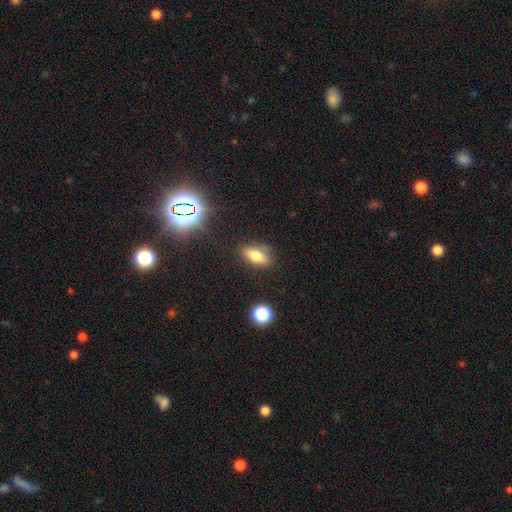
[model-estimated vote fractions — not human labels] smooth 73%, featured or disk 15%, star or artifact 12%. Down the decision tree: how rounded — in between (77%); merging — none (81%).